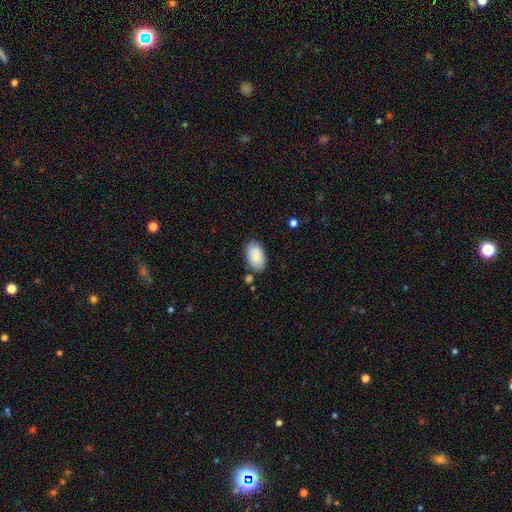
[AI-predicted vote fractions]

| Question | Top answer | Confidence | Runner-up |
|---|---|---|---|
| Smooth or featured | smooth | 87% | featured or disk (7%) |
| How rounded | in between | 94% | round (4%) |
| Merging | none | 78% | minor disturbance (14%) |